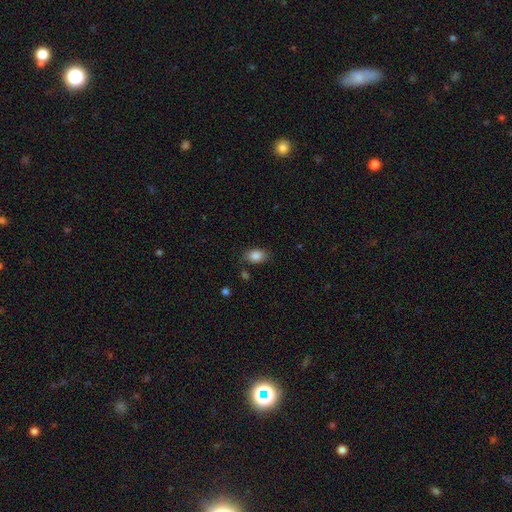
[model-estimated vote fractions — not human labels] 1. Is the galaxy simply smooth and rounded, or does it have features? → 85% smooth, 8% star or artifact, 6% featured or disk.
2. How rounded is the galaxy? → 83% in between, 16% round, 1% cigar-shaped.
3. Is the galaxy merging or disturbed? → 79% none, 14% minor disturbance, 4% major disturbance, 3% merger.